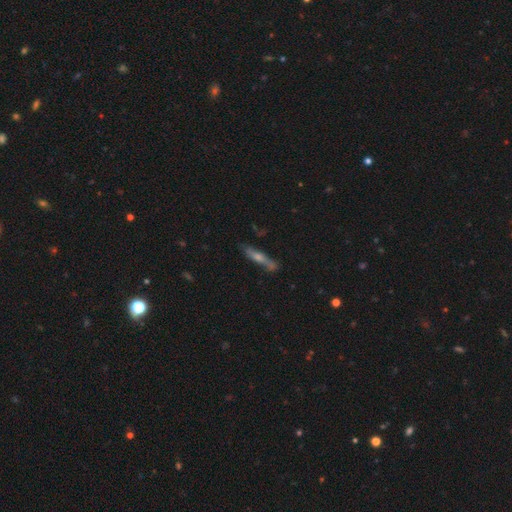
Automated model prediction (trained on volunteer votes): Overall: featured or disk (56%; smooth 33%). Edge-on disk: yes (79%). Merging: none (73%).